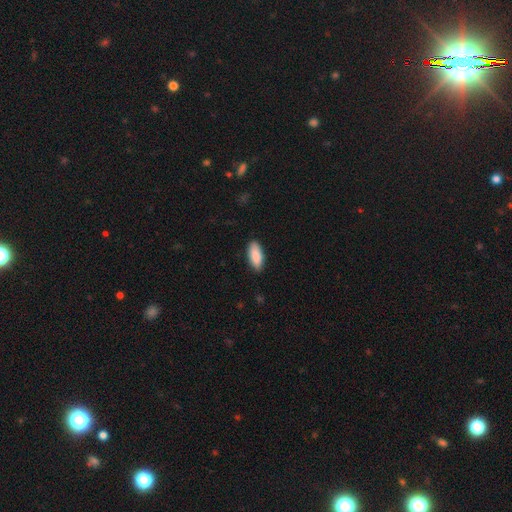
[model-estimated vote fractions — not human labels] Smooth or featured? Predicted: smooth (p=0.89). How rounded? Predicted: in between (p=0.85). Merging? Predicted: none (p=0.88).